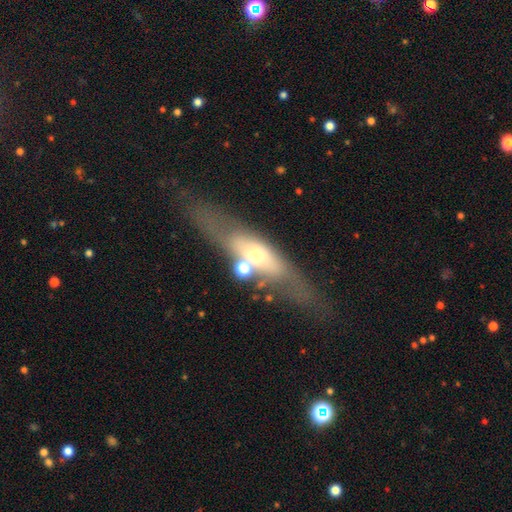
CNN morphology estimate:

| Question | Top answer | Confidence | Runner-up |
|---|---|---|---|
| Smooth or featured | featured or disk | 55% | smooth (35%) |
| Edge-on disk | yes | 50% | tied: no (50%) |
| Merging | none | 58% | minor disturbance (17%) |